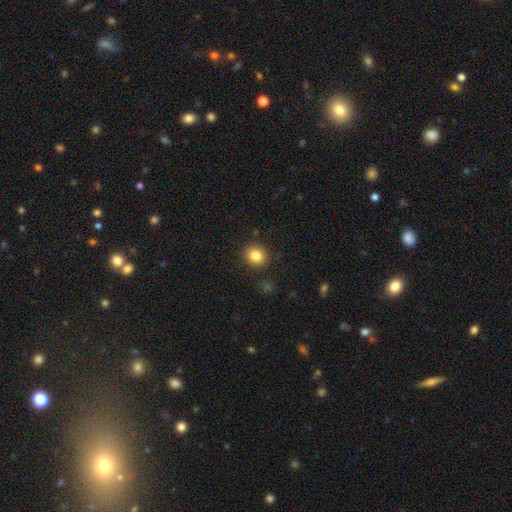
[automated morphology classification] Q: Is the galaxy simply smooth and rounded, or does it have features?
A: smooth — 83%.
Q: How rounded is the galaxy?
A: round — 86%.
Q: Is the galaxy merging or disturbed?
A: none — 89%.